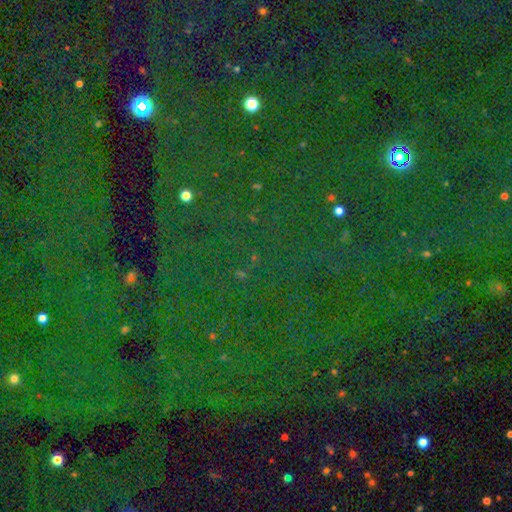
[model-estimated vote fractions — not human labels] smooth_or_featured: star or artifact (p=0.83) [alt: smooth p=0.09]